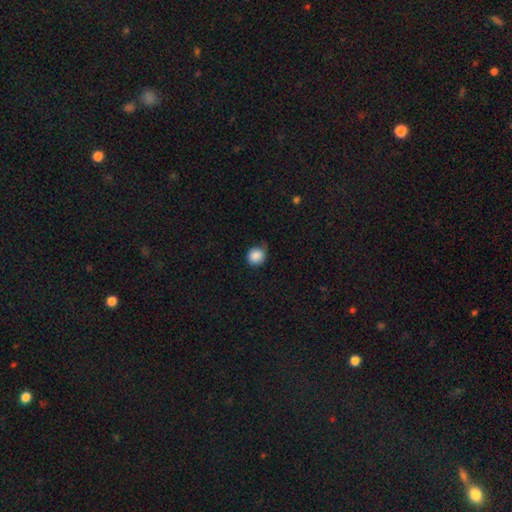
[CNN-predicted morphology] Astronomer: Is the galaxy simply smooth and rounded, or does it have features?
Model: smooth — 87%.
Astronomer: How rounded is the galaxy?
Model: round — 84%.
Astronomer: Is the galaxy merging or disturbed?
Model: none — 60%.